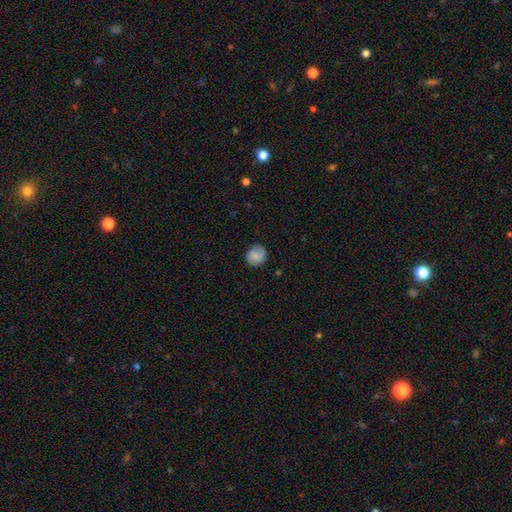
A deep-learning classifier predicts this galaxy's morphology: Smooth or featured? smooth (81%)
How rounded? round (79%)
Merging? none (82%)